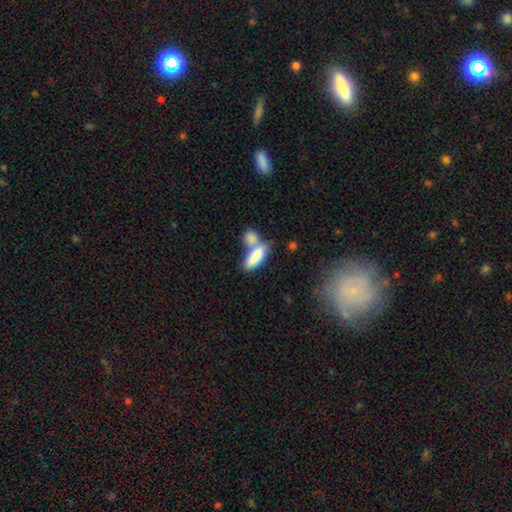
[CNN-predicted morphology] This appears to be a smooth galaxy with no disk features (82%) that is in between round and cigar-shaped (67%). Merging: merger (54%).